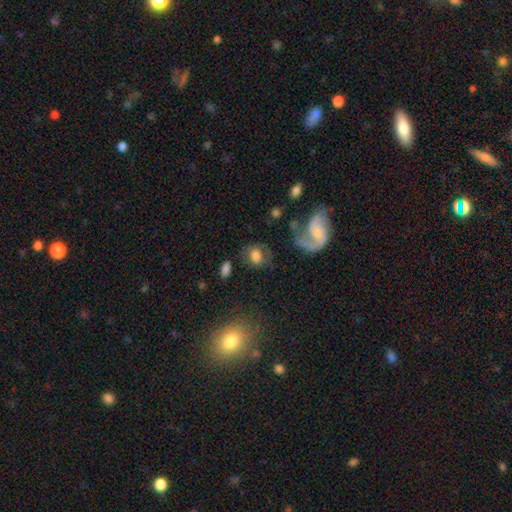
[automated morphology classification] Smooth or featured? Predicted: smooth (p=0.60). How rounded? Predicted: in between (p=0.54). Merging? Predicted: none (p=0.58).